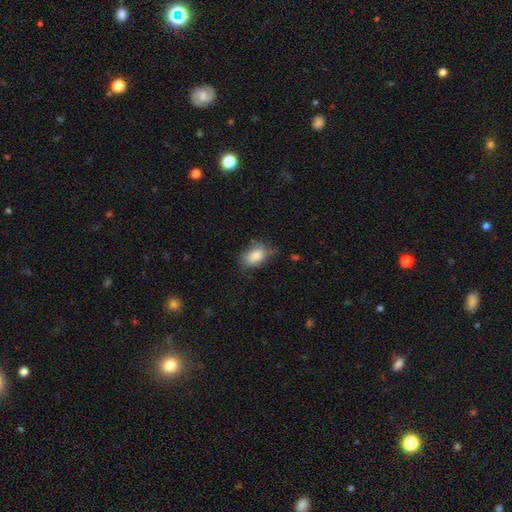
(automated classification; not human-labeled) A smooth galaxy with no disk features (83%) that is in between round and cigar-shaped (80%).

Vote fractions:
- Smooth or featured? smooth: 83% / featured or disk: 9% / star or artifact: 8%
- How rounded? in between: 80% / round: 18% / cigar-shaped: 2%
- Merging? none: 52% / minor disturbance: 34% / major disturbance: 11% / merger: 3%